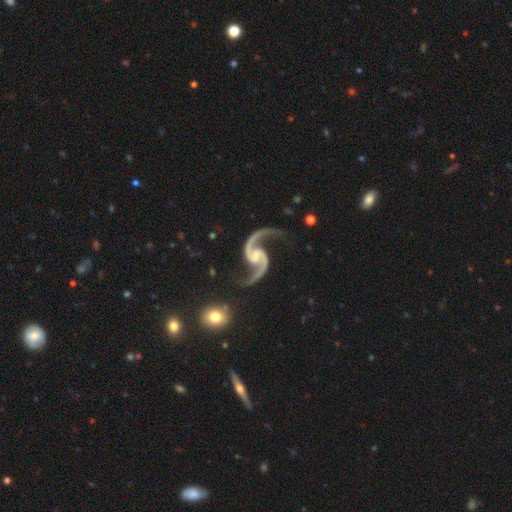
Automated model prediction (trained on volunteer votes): The model was most divided on "bar": no: 47%, weak: 40%, strong: 12%. More confident: spiral arms — yes (99%); edge-on disk — no (98%); spiral arm count — 2 (95%); smooth or featured — featured or disk (95%); merging — none (72%); spiral winding — loose (65%); bulge size — small (63%).